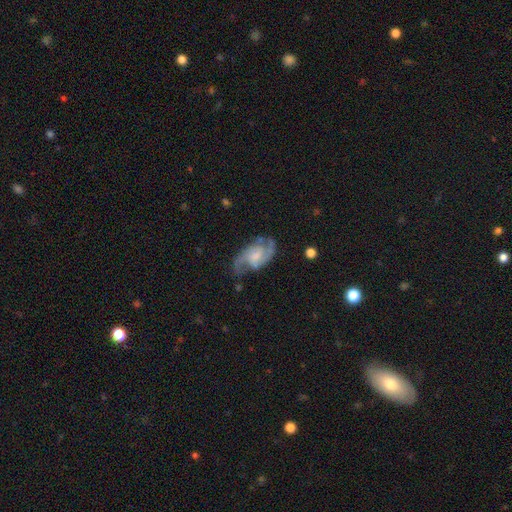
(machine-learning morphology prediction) Smooth or featured: featured or disk — 86% (smooth — 9%)
Edge-on disk: no — 97% (yes — 3%)
Bar: no — 48% (weak — 43%)
Spiral arms: yes — 96% (no — 4%)
Spiral winding: medium — 53% (loose — 28%)
Spiral arm count: 2 — 87% (can't tell — 5%)
Bulge size: small — 47% (moderate — 39%)
Merging: none — 71% (minor disturbance — 18%)